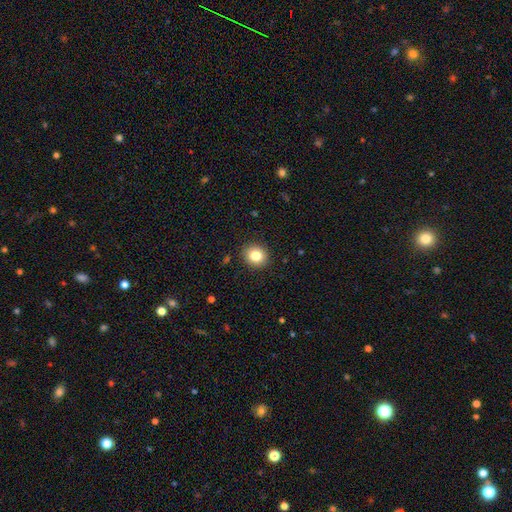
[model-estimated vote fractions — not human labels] This is clearly a smooth galaxy (82%). How rounded: likely round (79%). Merging: clearly none (90%).